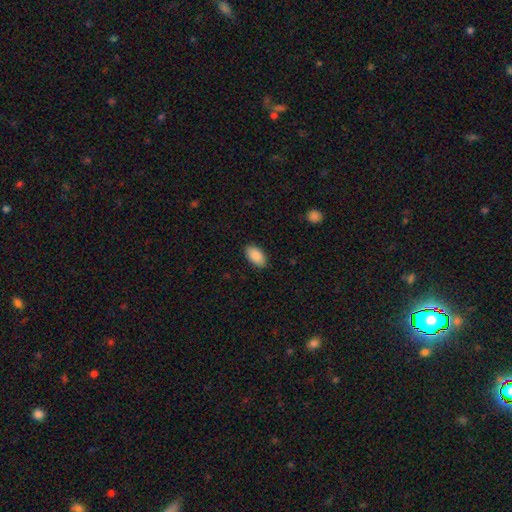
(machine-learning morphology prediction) smooth 90%, star or artifact 6%, featured or disk 4%. Down the decision tree: how rounded — in between (94%); merging — none (86%).